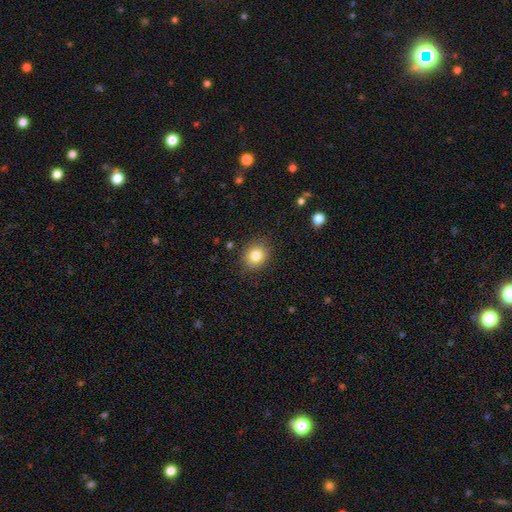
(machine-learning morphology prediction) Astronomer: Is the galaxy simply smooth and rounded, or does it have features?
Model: smooth — 82%.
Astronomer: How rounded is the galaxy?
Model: round — 68%.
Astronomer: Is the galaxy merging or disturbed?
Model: none — 87%.